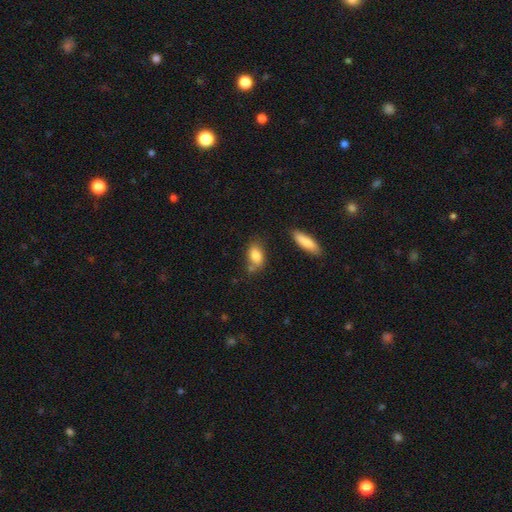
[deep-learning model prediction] This is clearly a smooth galaxy (82%). How rounded: clearly in between (85%). Merging: likely none (63%).